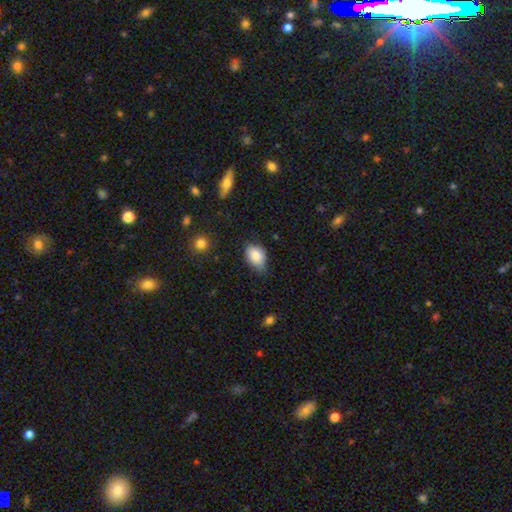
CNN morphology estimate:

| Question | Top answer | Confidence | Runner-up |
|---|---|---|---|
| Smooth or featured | smooth | 86% | star or artifact (7%) |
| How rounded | in between | 87% | round (11%) |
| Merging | none | 59% | minor disturbance (34%) |